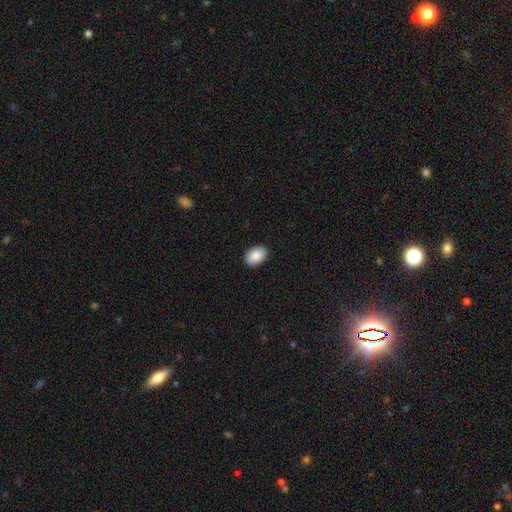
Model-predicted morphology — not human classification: This is clearly a smooth galaxy (90%). How rounded: clearly in between (86%). Merging: clearly none (91%).